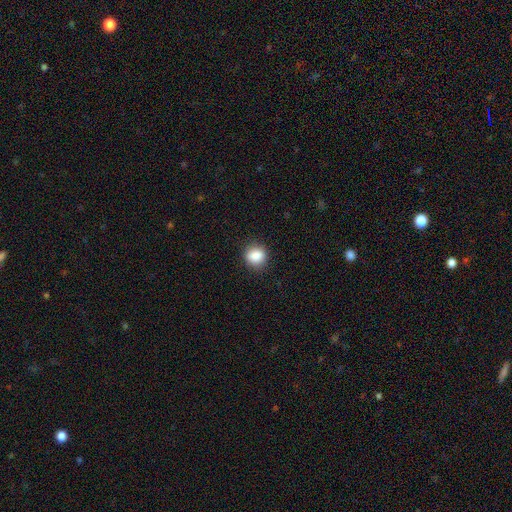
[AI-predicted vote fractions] Smooth or featured: smooth — 86% (star or artifact — 9%)
How rounded: round — 74% (in between — 25%)
Merging: none — 86% (minor disturbance — 10%)